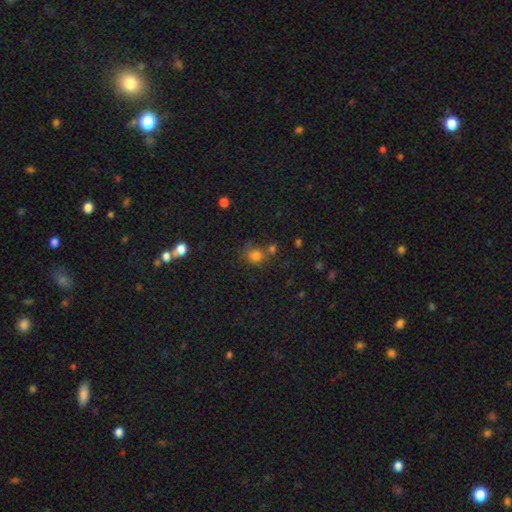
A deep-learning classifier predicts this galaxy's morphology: Q: Smooth or featured?
A: smooth (73%); runner-up: star or artifact (16%)
Q: How rounded?
A: round (78%); runner-up: in between (21%)
Q: Merging?
A: none (49%); runner-up: merger (24%)